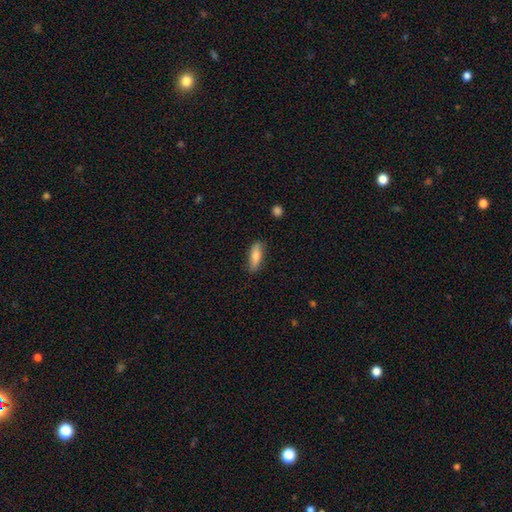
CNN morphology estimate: This appears to be a smooth galaxy with no disk features (71%) that is cigar-shaped (52%). Merging: none (84%).